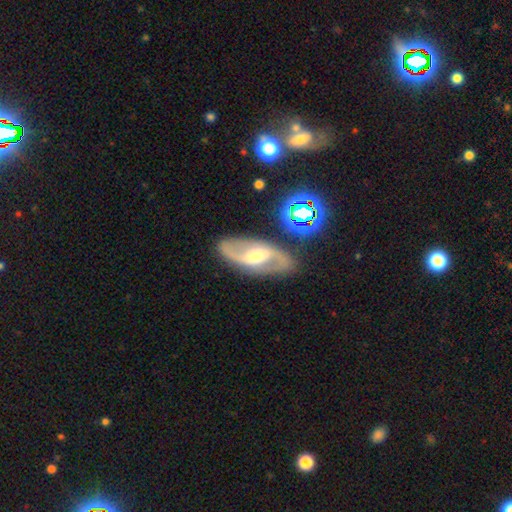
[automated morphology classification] smooth_or_featured: featured or disk (p=0.83) [alt: smooth p=0.10]
disk_edge_on: no (p=0.94) [alt: yes p=0.06]
bar: weak (p=0.45) [alt: strong p=0.32]
has_spiral_arms: yes (p=0.94) [alt: no p=0.06]
spiral_winding: medium (p=0.49) [alt: loose p=0.37]
spiral_arm_count: 2 (p=0.92) [alt: can't tell p=0.03]
bulge_size: moderate (p=0.62) [alt: small p=0.19]
merging: none (p=0.83) [alt: minor disturbance p=0.11]